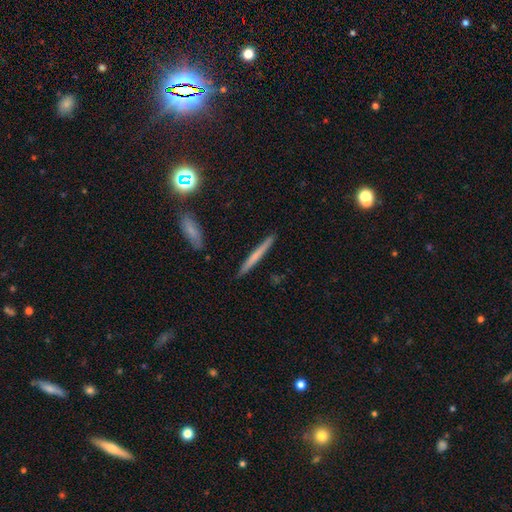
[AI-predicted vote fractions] Smooth or featured: smooth — 54% (featured or disk — 40%)
How rounded: cigar-shaped — 96% (in between — 2%)
Merging: none — 90% (minor disturbance — 7%)